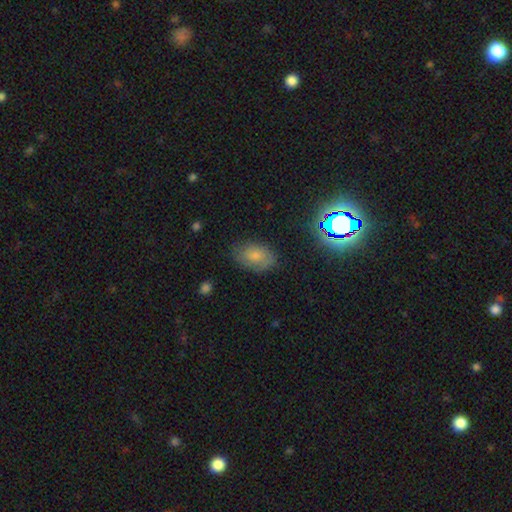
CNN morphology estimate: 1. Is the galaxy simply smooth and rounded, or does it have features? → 69% smooth, 18% featured or disk, 13% star or artifact.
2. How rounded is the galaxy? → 87% in between, 11% round, 1% cigar-shaped.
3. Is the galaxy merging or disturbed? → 73% none, 20% minor disturbance, 6% major disturbance, 1% merger.